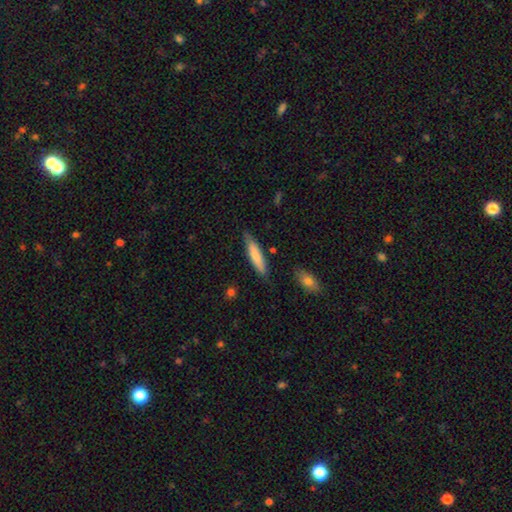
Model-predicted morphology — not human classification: Smooth or featured: smooth — 76% (featured or disk — 18%)
How rounded: cigar-shaped — 82% (in between — 17%)
Merging: none — 78% (minor disturbance — 16%)